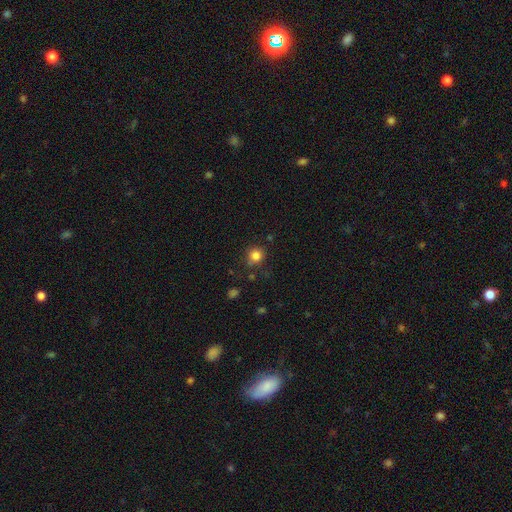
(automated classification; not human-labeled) Smooth or featured? Predicted: smooth (p=0.83). How rounded? Predicted: round (p=0.87). Merging? Predicted: none (p=0.76).